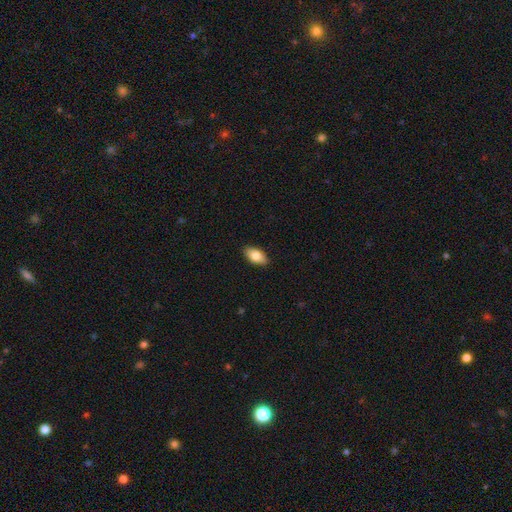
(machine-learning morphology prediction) Smooth or featured?
  - smooth: 82% *
  - featured or disk: 11%
  - star or artifact: 6%
How rounded?
  - in between: 93% *
  - cigar-shaped: 4%
  - round: 3%
Merging?
  - none: 90% *
  - minor disturbance: 8%
  - major disturbance: 2%
  - merger: 1%